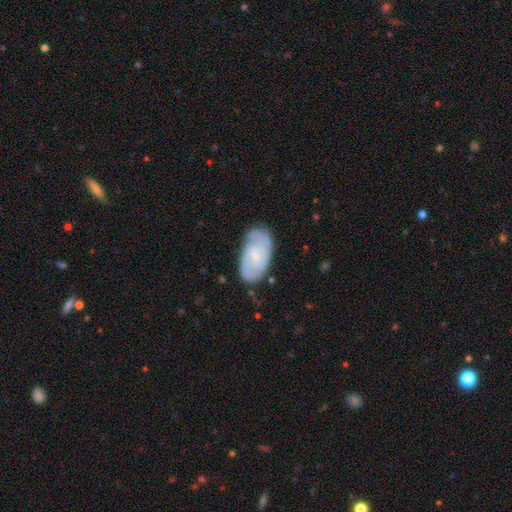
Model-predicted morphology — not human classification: This appears to be a featured or disk galaxy (65%) with no bar (50%), 2 (47%) tight (50%) spiral arms (85%) and a small central bulge (75%). Merging: none (67%).